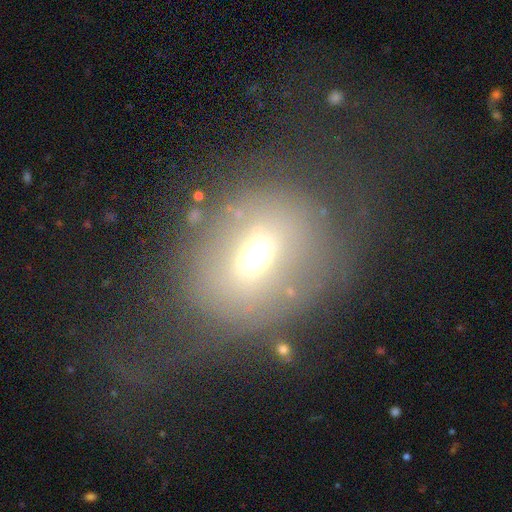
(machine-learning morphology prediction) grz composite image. It shows a smooth galaxy with no disk features (53%) that is round (60%). Merging: none (45%).